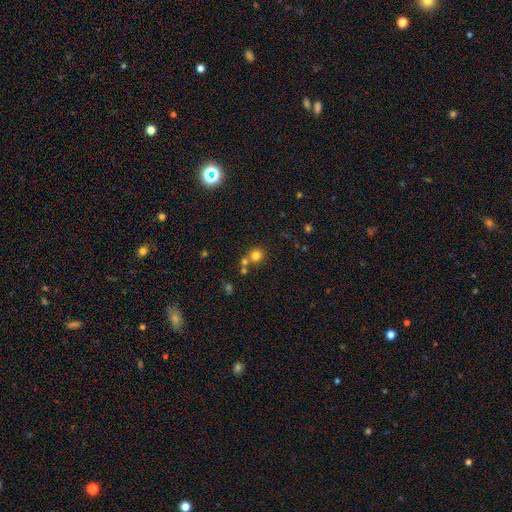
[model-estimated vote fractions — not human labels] Q: Smooth or featured?
A: smooth (77%); runner-up: star or artifact (15%)
Q: How rounded?
A: round (91%); runner-up: in between (8%)
Q: Merging?
A: none (65%); runner-up: merger (25%)